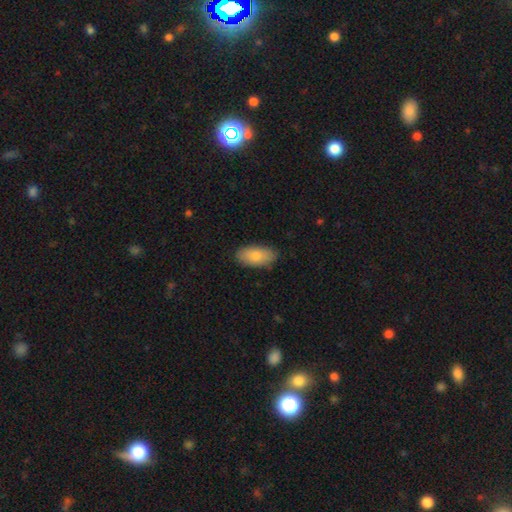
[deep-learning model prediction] A smooth galaxy with no disk features (80%) that is in between round and cigar-shaped (92%). Merging: none (87%).